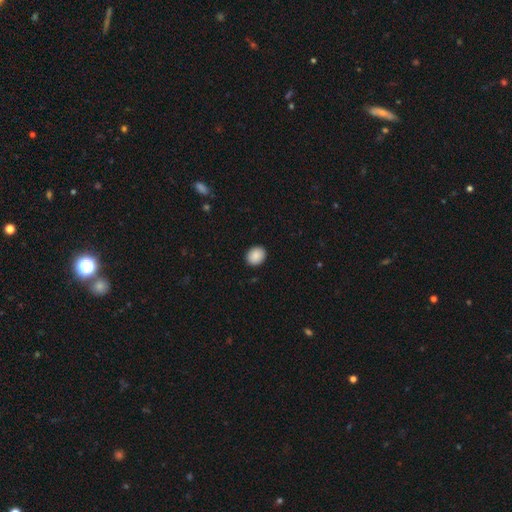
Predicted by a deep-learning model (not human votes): smooth_or_featured: smooth (p=0.89) [alt: star or artifact p=0.08]
how_rounded: round (p=0.60) [alt: in between p=0.39]
merging: none (p=0.91) [alt: minor disturbance p=0.06]